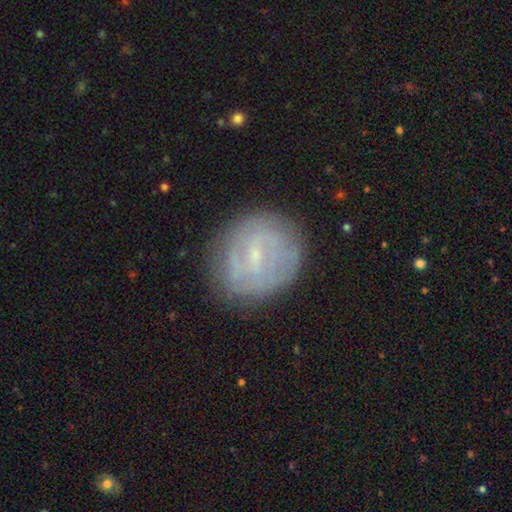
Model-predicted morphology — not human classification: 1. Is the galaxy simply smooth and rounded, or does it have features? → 62% featured or disk, 30% smooth, 9% star or artifact.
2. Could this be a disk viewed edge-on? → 97% no, 3% yes.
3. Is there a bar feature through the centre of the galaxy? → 56% weak, 26% no, 18% strong.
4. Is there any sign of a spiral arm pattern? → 67% yes, 33% no.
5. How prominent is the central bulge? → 74% small, 13% moderate, 10% none, 1% large, 1% dominant.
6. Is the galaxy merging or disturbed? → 78% none, 15% minor disturbance, 6% major disturbance, 1% merger.